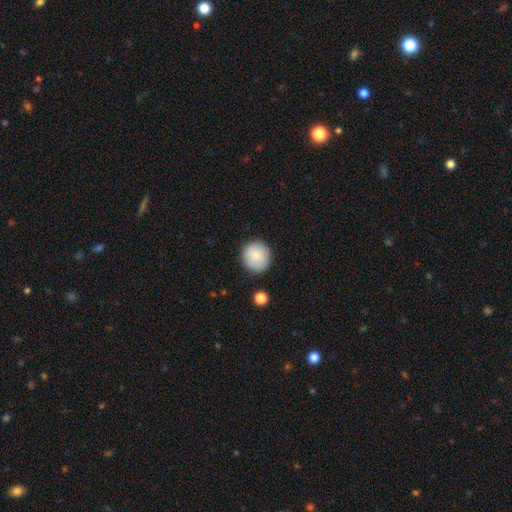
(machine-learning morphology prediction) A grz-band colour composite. It shows a smooth galaxy with no disk features (83%) that is round (92%). Merging: none (85%).